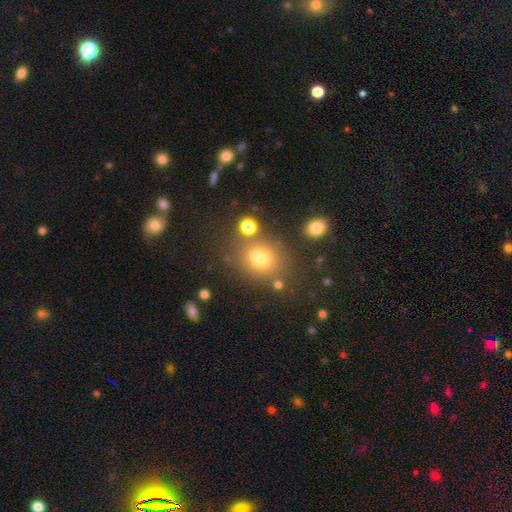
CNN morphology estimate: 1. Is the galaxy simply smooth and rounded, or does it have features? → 67% smooth, 18% star or artifact, 15% featured or disk.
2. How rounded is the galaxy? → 59% round, 39% in between, 2% cigar-shaped.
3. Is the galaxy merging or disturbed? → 58% none, 21% merger, 14% minor disturbance, 7% major disturbance.